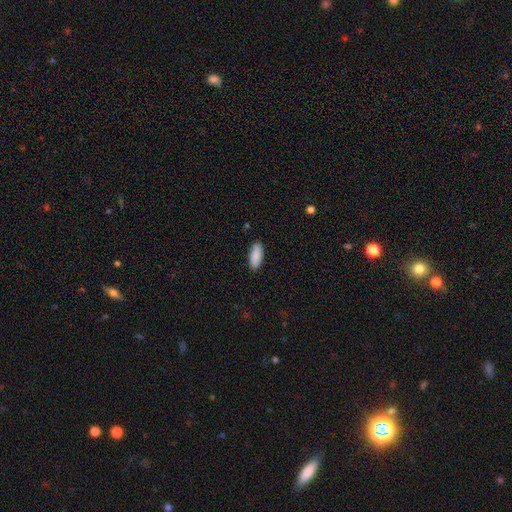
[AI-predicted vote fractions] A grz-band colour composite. It shows a smooth galaxy with no disk features (90%) that is in between round and cigar-shaped (81%). Merging: none (89%).